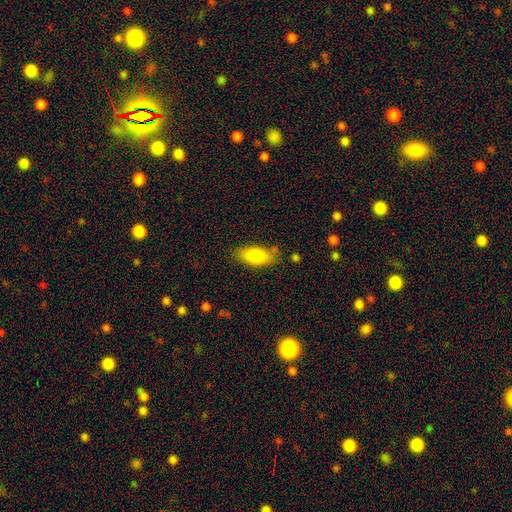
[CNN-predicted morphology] Smooth or featured?
  - smooth: 81% *
  - featured or disk: 12%
  - star or artifact: 7%
How rounded?
  - in between: 85% *
  - cigar-shaped: 12%
  - round: 3%
Merging?
  - none: 76% *
  - minor disturbance: 16%
  - major disturbance: 4%
  - merger: 3%